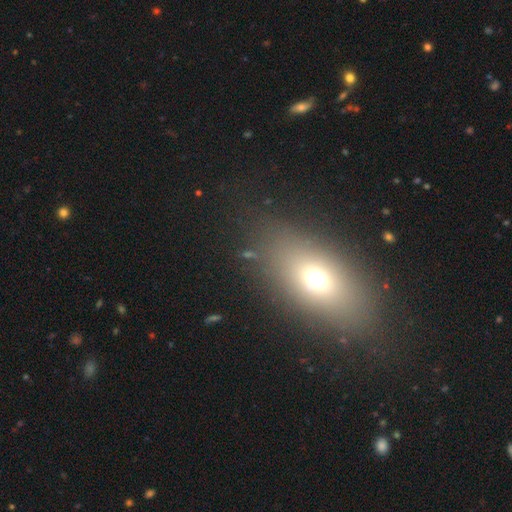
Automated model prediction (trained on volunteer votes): Morphology: type=smooth (64%); roundness=in between (73%); merging=none (82%).